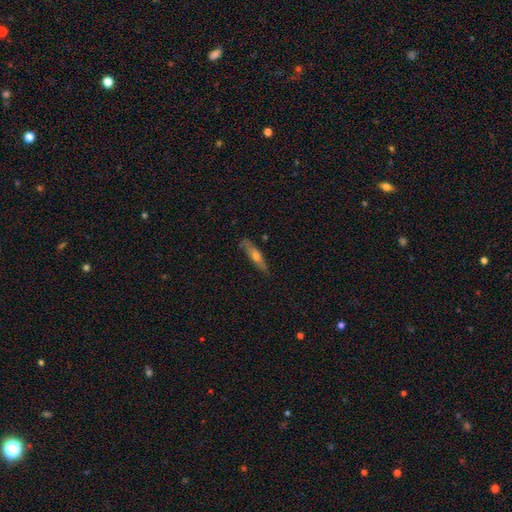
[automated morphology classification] Smooth or featured? Predicted: featured or disk (p=0.50). Edge-on disk? Predicted: yes (p=0.84). Merging? Predicted: none (p=0.80).